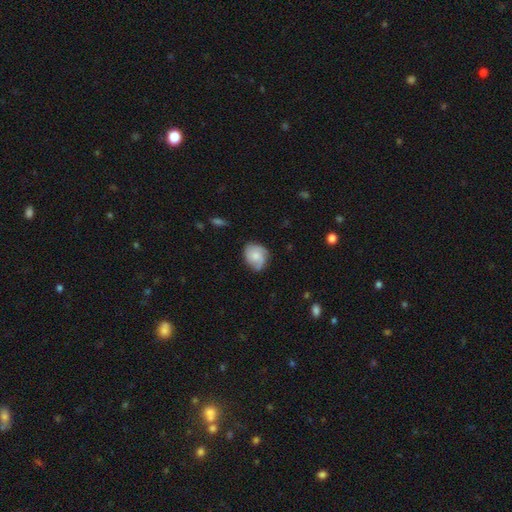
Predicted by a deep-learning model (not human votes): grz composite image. It shows a featured or disk galaxy (47%). Merging: none (65%).